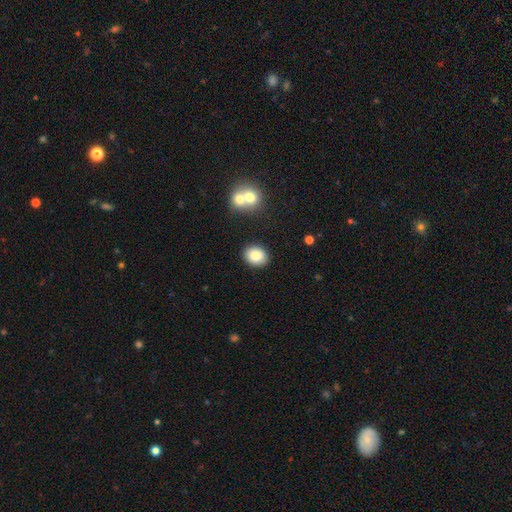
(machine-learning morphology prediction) The model was most divided on "how rounded": in between: 53%, round: 46%, cigar-shaped: 1%. More confident: merging — none (85%); smooth or featured — smooth (85%).